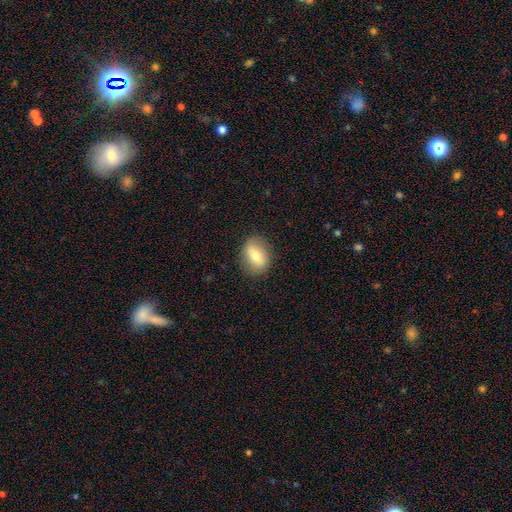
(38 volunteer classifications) Smooth or featured? 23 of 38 (61%) said smooth. How rounded? 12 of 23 (52%) said in between. Merging? 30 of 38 (79%) said none.